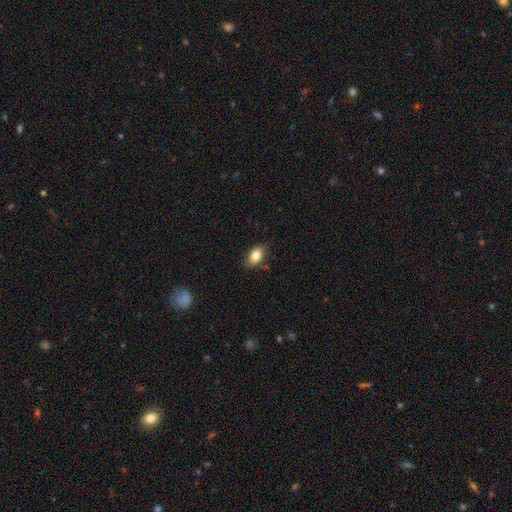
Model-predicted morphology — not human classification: A smooth galaxy with no disk features (82%) that is in between round and cigar-shaped (87%). Merging: none (78%).